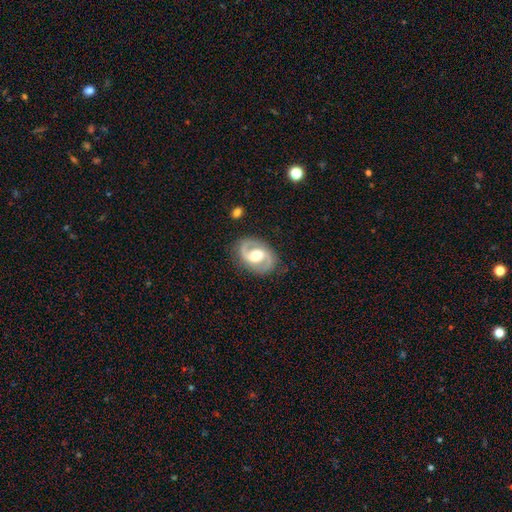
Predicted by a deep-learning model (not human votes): Smooth or featured? featured or disk (88%)
Edge-on disk? no (98%)
Bar? weak (45%)
Spiral arms? yes (95%)
Spiral winding? medium (58%)
Spiral arm count? 2 (93%)
Bulge size? moderate (71%)
Merging? none (85%)